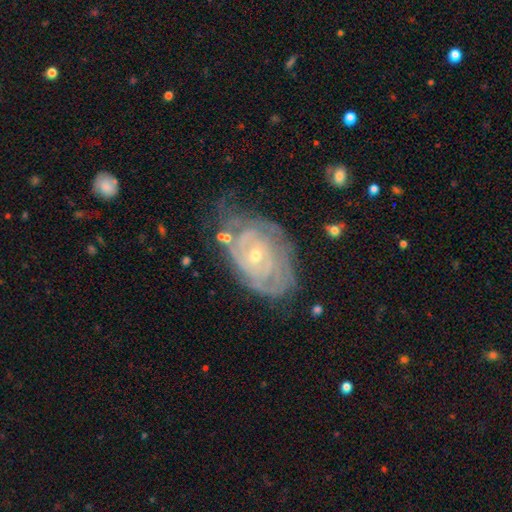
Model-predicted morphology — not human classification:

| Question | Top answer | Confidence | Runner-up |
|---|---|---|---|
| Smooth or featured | featured or disk | 85% | smooth (9%) |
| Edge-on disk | no | 96% | yes (4%) |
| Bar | no | 75% | weak (20%) |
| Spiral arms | yes | 93% | no (7%) |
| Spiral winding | tight | 79% | medium (17%) |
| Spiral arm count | can't tell | 38% | 2 (23%) |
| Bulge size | small | 63% | moderate (34%) |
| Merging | none | 57% | minor disturbance (27%) |